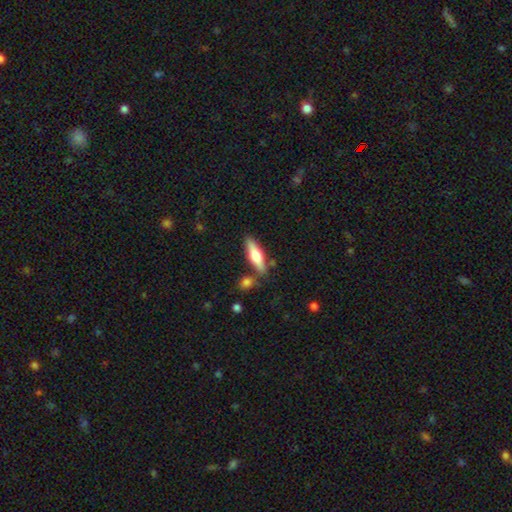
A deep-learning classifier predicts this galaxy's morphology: Smooth or featured? Predicted: smooth (p=0.54). How rounded? Predicted: cigar-shaped (p=0.62). Merging? Predicted: none (p=0.78).